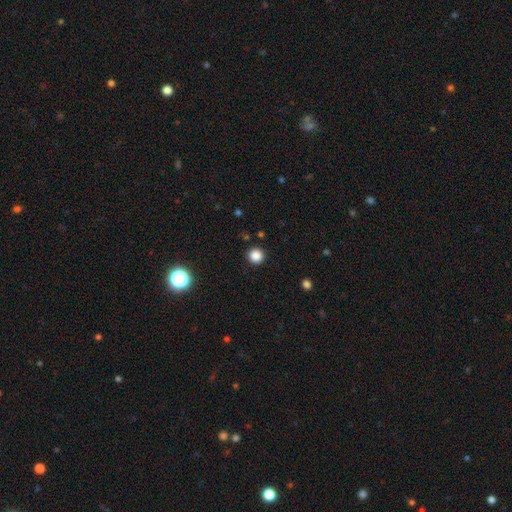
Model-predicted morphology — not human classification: smooth-or-featured: smooth: 85% | star or artifact: 12% | featured or disk: 3%
  how-rounded: round: 95% | in between: 4% | cigar-shaped: 1%
  merging: none: 92% | minor disturbance: 5% | major disturbance: 2% | merger: 1%